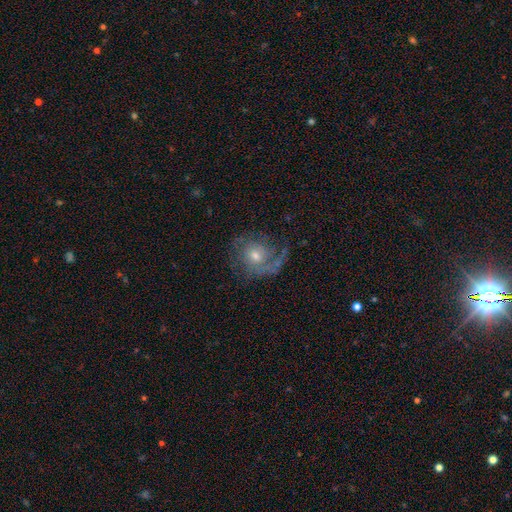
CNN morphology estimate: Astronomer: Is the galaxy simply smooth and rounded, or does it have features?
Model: featured or disk — 75%.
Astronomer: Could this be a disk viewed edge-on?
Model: no — 97%.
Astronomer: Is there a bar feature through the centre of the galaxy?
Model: no — 74%.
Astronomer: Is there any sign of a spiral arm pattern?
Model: yes — 90%.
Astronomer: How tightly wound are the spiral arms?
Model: medium — 41% (runner-up: tight, 34%).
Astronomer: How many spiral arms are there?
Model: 1 — 36% (runner-up: 2, 35%).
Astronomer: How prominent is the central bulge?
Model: moderate — 55% (runner-up: small, 38%).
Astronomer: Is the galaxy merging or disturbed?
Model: none — 62%.